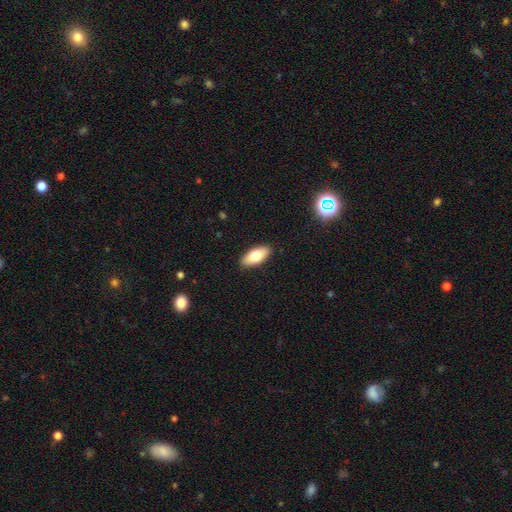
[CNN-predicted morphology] smooth-or-featured: smooth: 77% | featured or disk: 16% | star or artifact: 7%
  how-rounded: in between: 84% | cigar-shaped: 14% | round: 2%
  merging: none: 89% | minor disturbance: 8% | major disturbance: 2% | merger: 1%